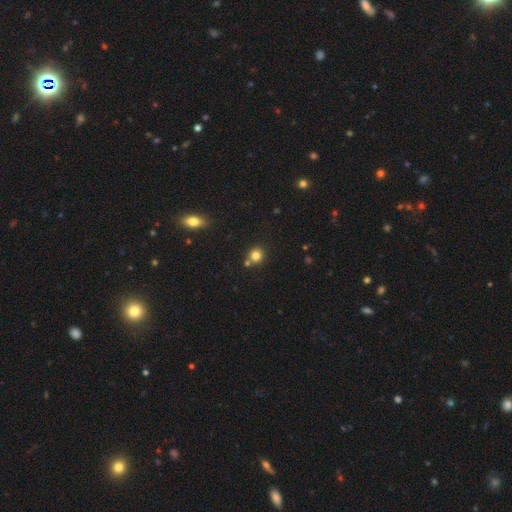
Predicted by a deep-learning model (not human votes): smooth-or-featured: smooth: 81% | star or artifact: 13% | featured or disk: 6%
  how-rounded: round: 90% | in between: 9% | cigar-shaped: 1%
  merging: none: 73% | merger: 16% | minor disturbance: 9% | major disturbance: 3%